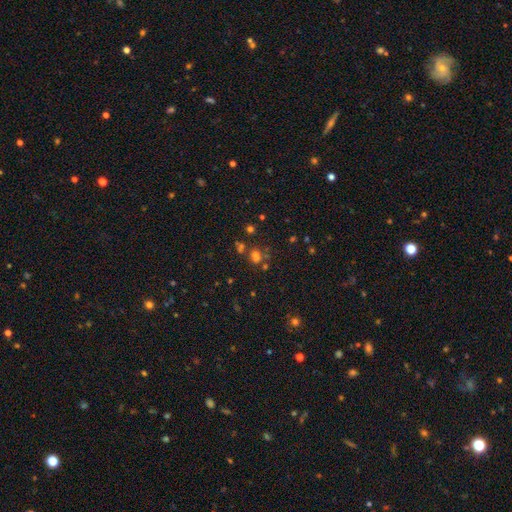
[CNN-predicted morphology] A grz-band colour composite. It shows a smooth galaxy with no disk features (52%) that is round (66%). Merging: none (53%).